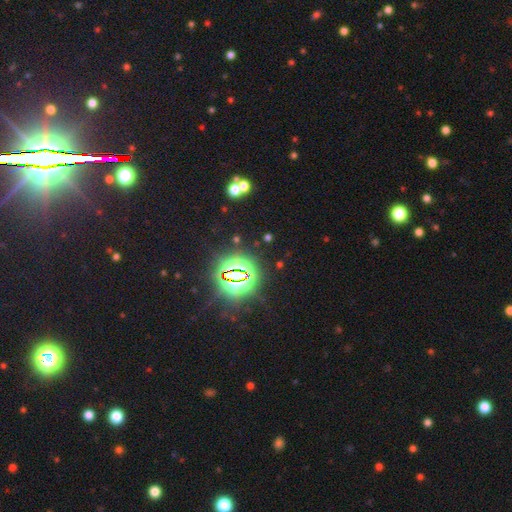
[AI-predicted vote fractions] smooth_or_featured: star or artifact (p=0.79) [alt: smooth p=0.13]